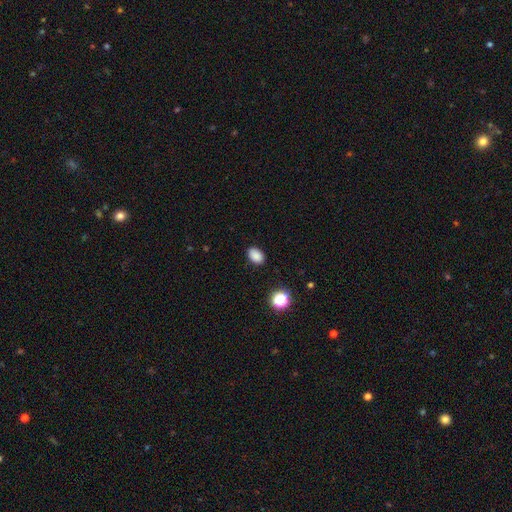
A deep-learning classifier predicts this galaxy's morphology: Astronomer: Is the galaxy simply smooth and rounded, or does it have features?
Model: smooth — 85%.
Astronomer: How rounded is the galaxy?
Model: in between — 83%.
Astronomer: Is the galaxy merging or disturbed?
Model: none — 88%.